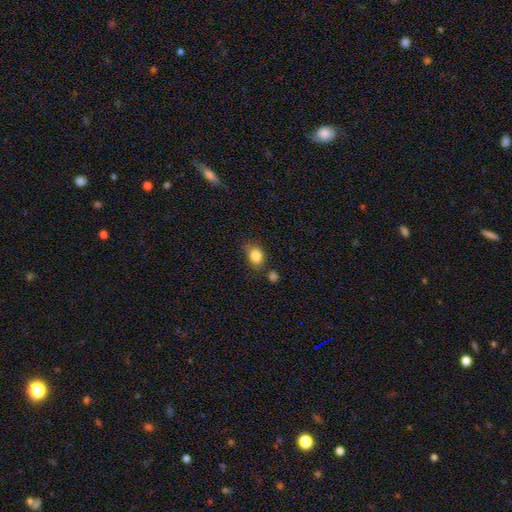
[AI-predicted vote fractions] Q: Smooth or featured?
A: smooth (84%); runner-up: star or artifact (9%)
Q: How rounded?
A: in between (59%); runner-up: round (40%)
Q: Merging?
A: none (62%); runner-up: minor disturbance (22%)